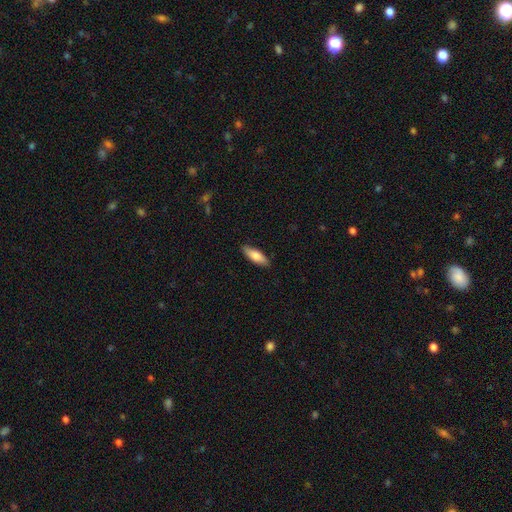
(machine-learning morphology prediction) Smooth or featured: smooth — 78% (featured or disk — 17%)
How rounded: in between — 58% (cigar-shaped — 40%)
Merging: none — 86% (minor disturbance — 11%)